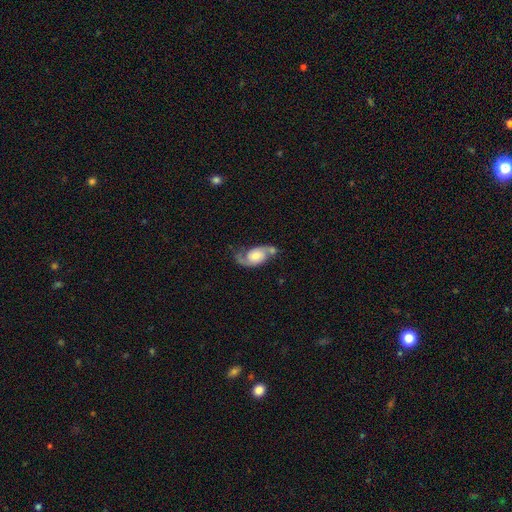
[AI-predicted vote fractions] Morphology: type=featured or disk (77%); edge-on=no (96%); bar=no (69%); spiral arms=yes (93%); winding=medium (44%); arm count=2 (87%); bulge=moderate (53%); merging=none (51%).